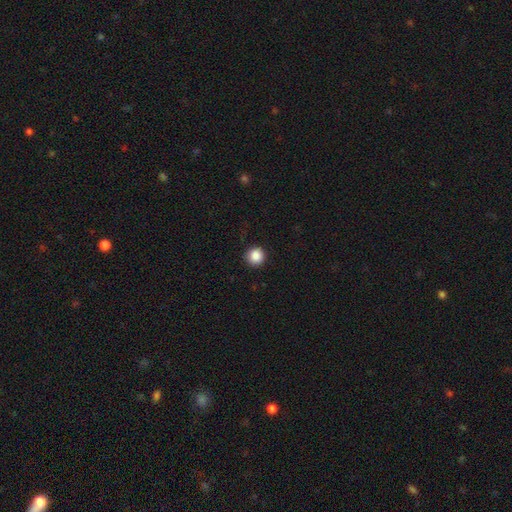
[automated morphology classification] type=smooth (87%); roundness=round (95%); merging=none (91%).